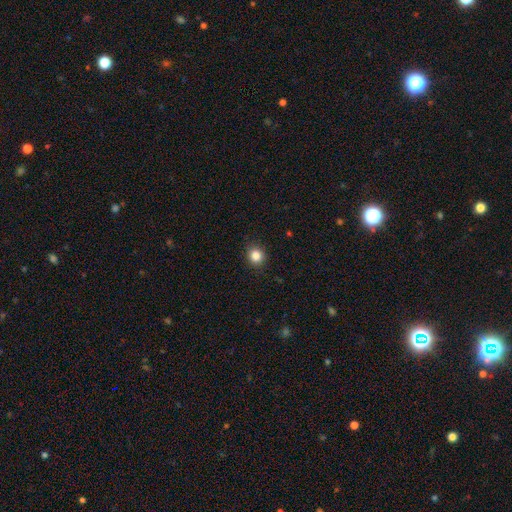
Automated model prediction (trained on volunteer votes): Smooth or featured? Predicted: smooth (p=0.85). How rounded? Predicted: round (p=0.85). Merging? Predicted: none (p=0.90).